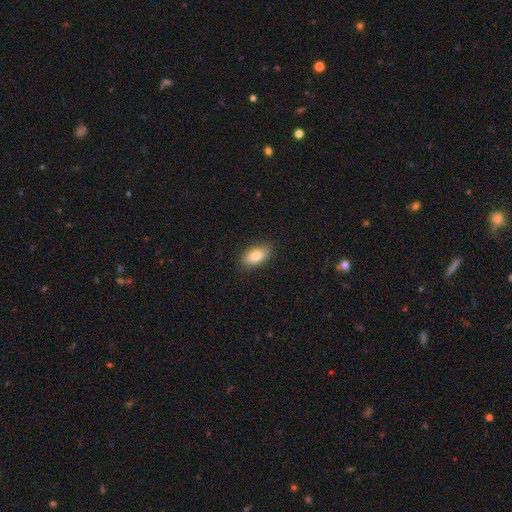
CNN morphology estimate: smooth 80%, featured or disk 13%, star or artifact 7%. Down the decision tree: how rounded — in between (88%); merging — none (86%).